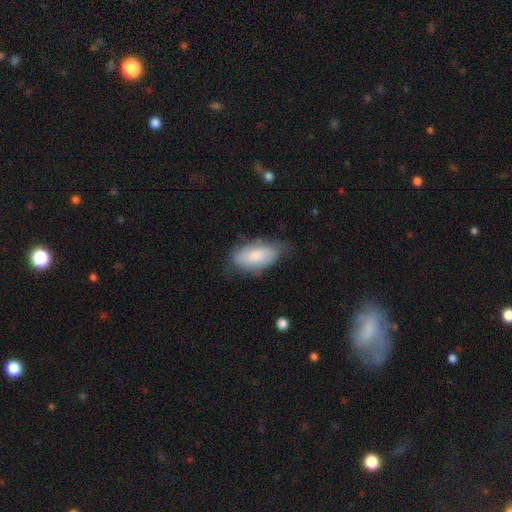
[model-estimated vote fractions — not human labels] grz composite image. It shows a smooth galaxy with no disk features (78%) that is in between round and cigar-shaped (92%). Merging: none (59%).